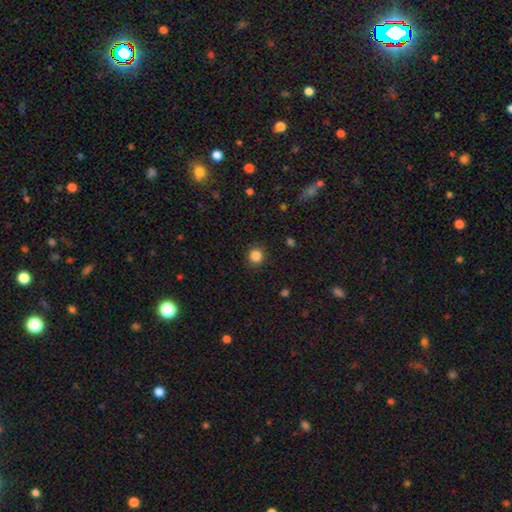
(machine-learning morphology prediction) A smooth galaxy with no disk features (85%) that is round (90%). Merging: none (90%).